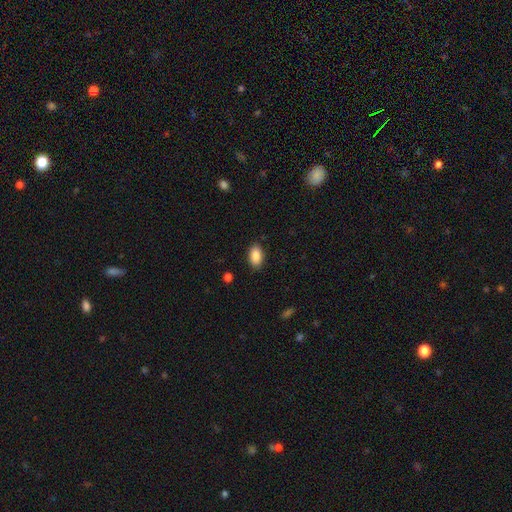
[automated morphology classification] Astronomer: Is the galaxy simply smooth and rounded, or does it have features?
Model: smooth — 88%.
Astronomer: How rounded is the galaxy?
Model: in between — 92%.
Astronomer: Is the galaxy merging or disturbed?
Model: none — 87%.